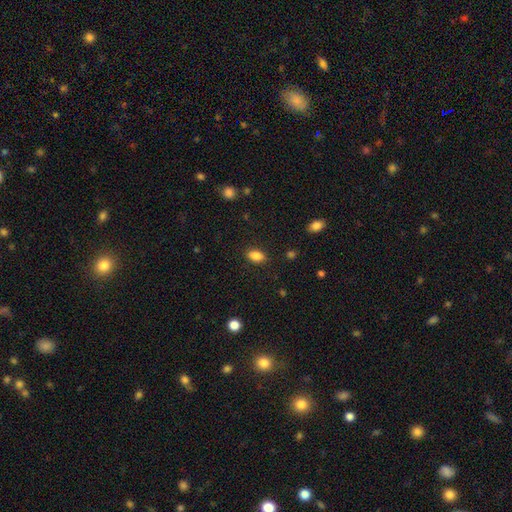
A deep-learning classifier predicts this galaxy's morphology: This is clearly a smooth galaxy (86%). How rounded: clearly in between (88%). Merging: clearly none (87%).